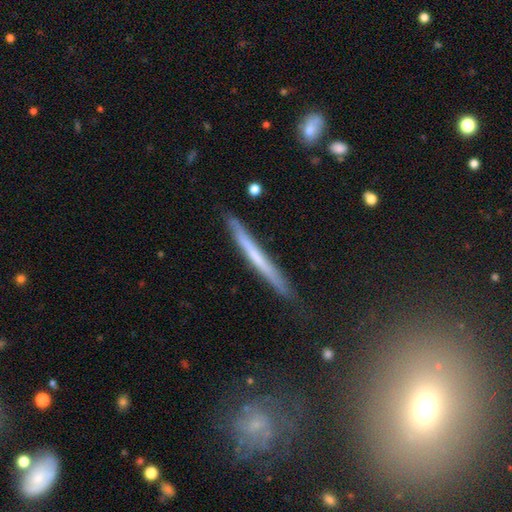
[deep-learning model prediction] smooth_or_featured: featured or disk (p=0.48) [alt: smooth p=0.45]
merging: none (p=0.87) [alt: minor disturbance p=0.10]